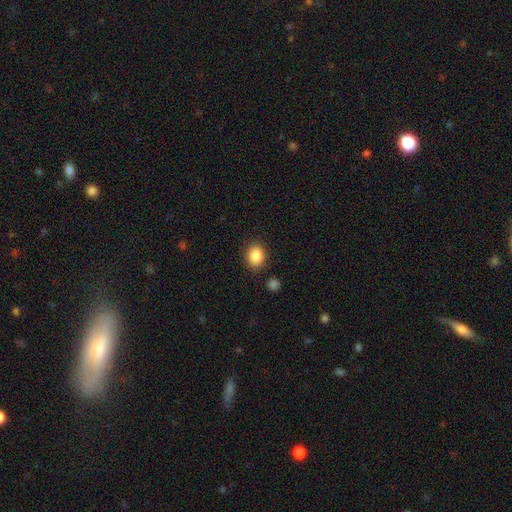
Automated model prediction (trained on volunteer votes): A smooth galaxy with no disk features (87%) that is round (51%).

Vote fractions:
- Smooth or featured? smooth: 87% / star or artifact: 9% / featured or disk: 4%
- How rounded? round: 51% / in between: 48% / cigar-shaped: 1%
- Merging? none: 86% / minor disturbance: 9% / major disturbance: 3% / merger: 3%